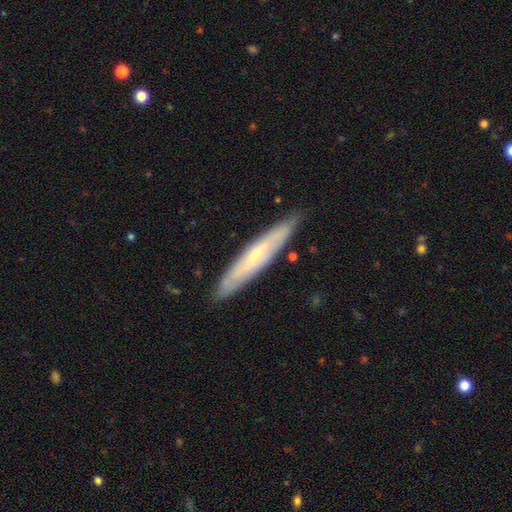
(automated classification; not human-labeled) The model was most divided on "smooth or featured": featured or disk: 51%, smooth: 43%, star or artifact: 6%. More confident: merging — none (85%); edge-on disk — yes (68%).